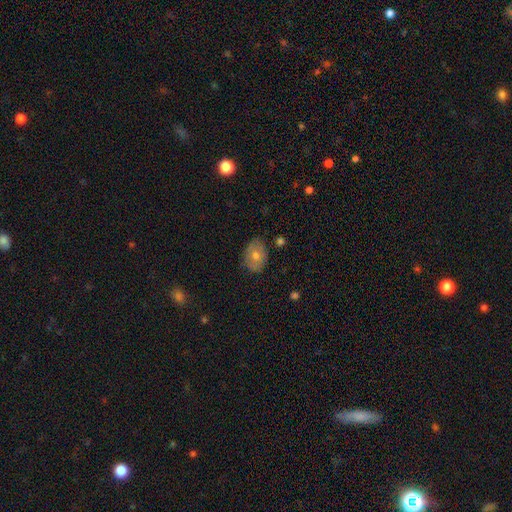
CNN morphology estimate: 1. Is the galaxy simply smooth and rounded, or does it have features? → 56% smooth, 34% featured or disk, 11% star or artifact.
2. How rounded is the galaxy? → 68% in between, 31% round, 1% cigar-shaped.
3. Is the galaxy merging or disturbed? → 81% none, 15% minor disturbance, 3% major disturbance, 2% merger.